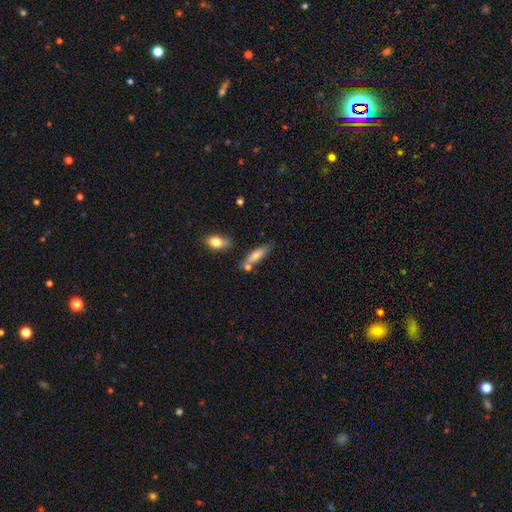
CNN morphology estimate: Smooth or featured: smooth — 75% (featured or disk — 17%)
How rounded: cigar-shaped — 51% (in between — 46%)
Merging: none — 63% (minor disturbance — 17%)